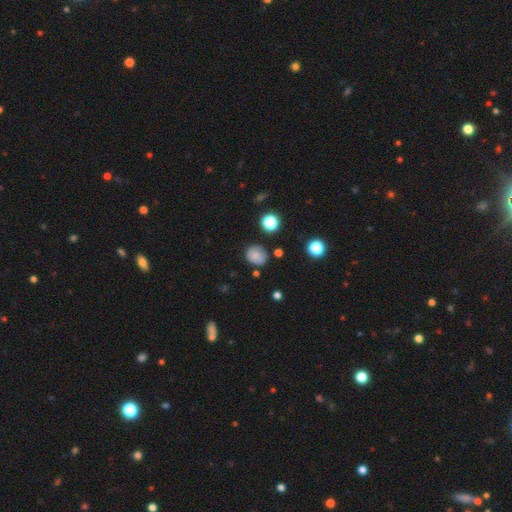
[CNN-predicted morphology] Q: Smooth or featured?
A: smooth (78%); runner-up: star or artifact (12%)
Q: How rounded?
A: round (74%); runner-up: in between (25%)
Q: Merging?
A: none (79%); runner-up: minor disturbance (15%)